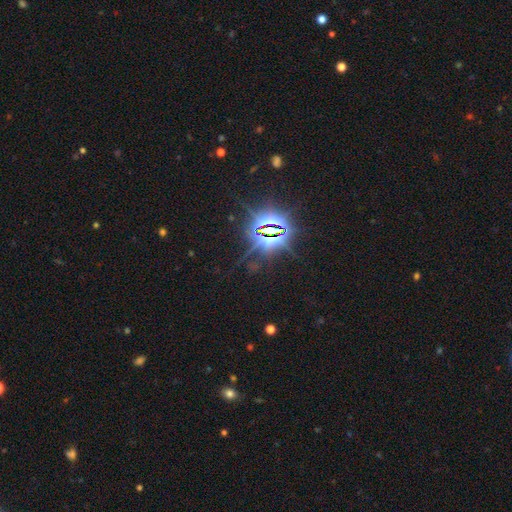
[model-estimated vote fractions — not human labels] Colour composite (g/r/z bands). It shows a star or artifact, not a galaxy (85%).